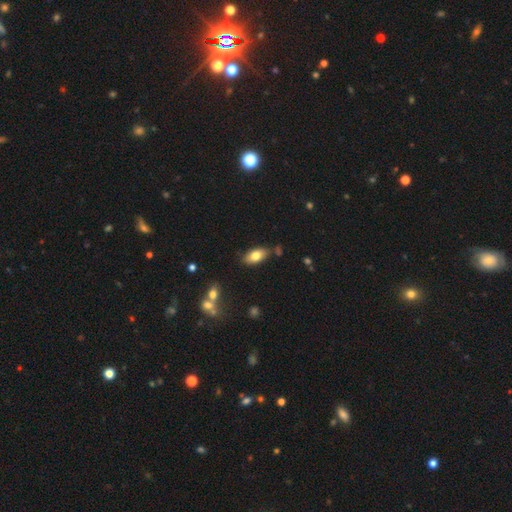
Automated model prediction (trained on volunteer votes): Smooth or featured? Predicted: smooth (p=0.77). How rounded? Predicted: in between (p=0.90). Merging? Predicted: none (p=0.79).